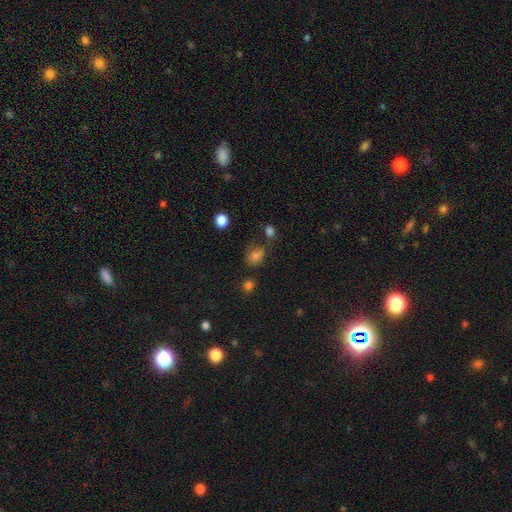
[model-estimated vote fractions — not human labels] Q: Smooth or featured?
A: smooth (72%); runner-up: star or artifact (20%)
Q: How rounded?
A: in between (55%); runner-up: round (44%)
Q: Merging?
A: none (63%); runner-up: minor disturbance (20%)